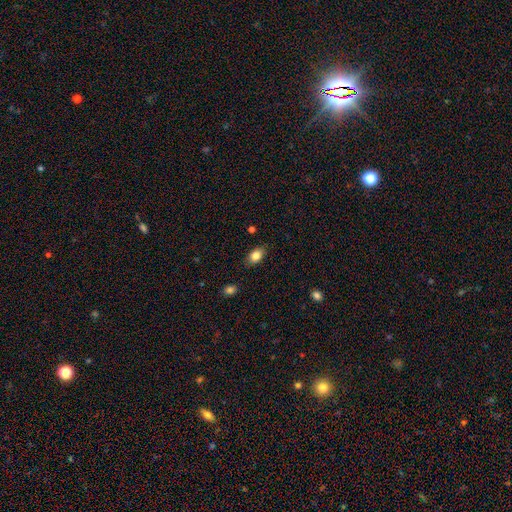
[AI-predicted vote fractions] smooth-or-featured: smooth: 84% | star or artifact: 8% | featured or disk: 8%
  how-rounded: in between: 82% | round: 16% | cigar-shaped: 2%
  merging: none: 85% | minor disturbance: 12% | major disturbance: 3% | merger: 1%